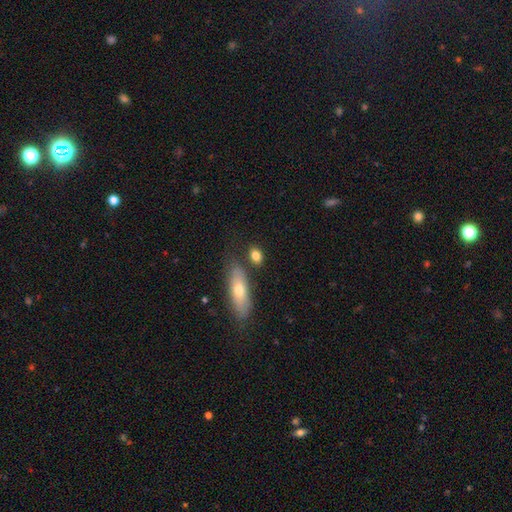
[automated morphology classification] smooth-or-featured: smooth: 81% | featured or disk: 11% | star or artifact: 8%
  how-rounded: in between: 65% | round: 27% | cigar-shaped: 8%
  merging: none: 72% | minor disturbance: 12% | merger: 11% | major disturbance: 4%